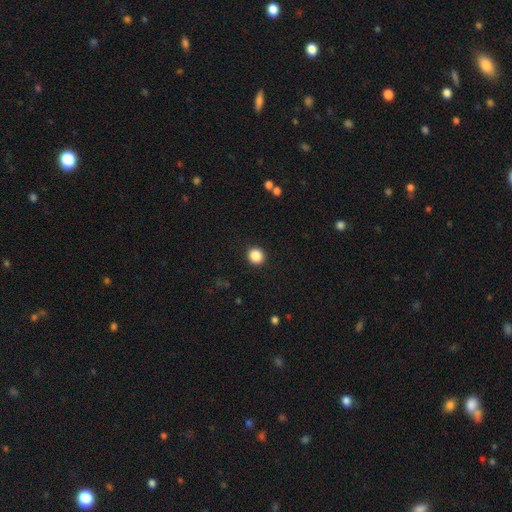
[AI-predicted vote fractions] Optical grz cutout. It shows a smooth galaxy with no disk features (87%) that is round (87%). Merging: none (92%).